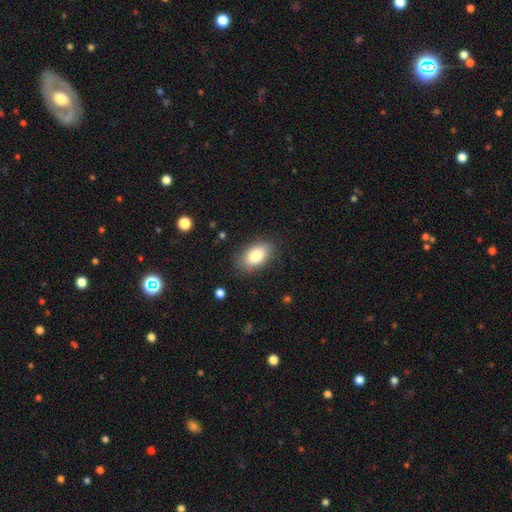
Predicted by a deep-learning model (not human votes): A smooth galaxy with no disk features (83%) that is in between round and cigar-shaped (92%). Merging: none (82%).